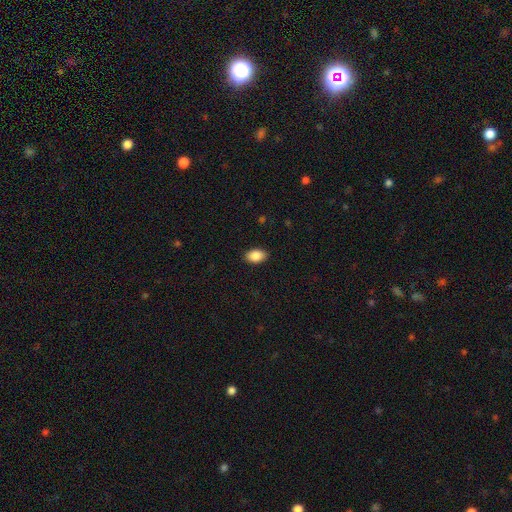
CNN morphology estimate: Smooth or featured?
  - smooth: 88% *
  - star or artifact: 7%
  - featured or disk: 5%
How rounded?
  - in between: 91% *
  - round: 8%
  - cigar-shaped: 1%
Merging?
  - none: 89% *
  - minor disturbance: 8%
  - major disturbance: 2%
  - merger: 1%